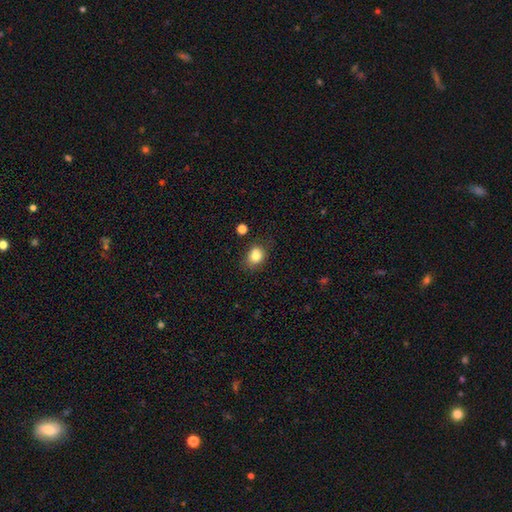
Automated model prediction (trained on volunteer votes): Smooth or featured? smooth (81%)
How rounded? round (50%)
Merging? none (68%)